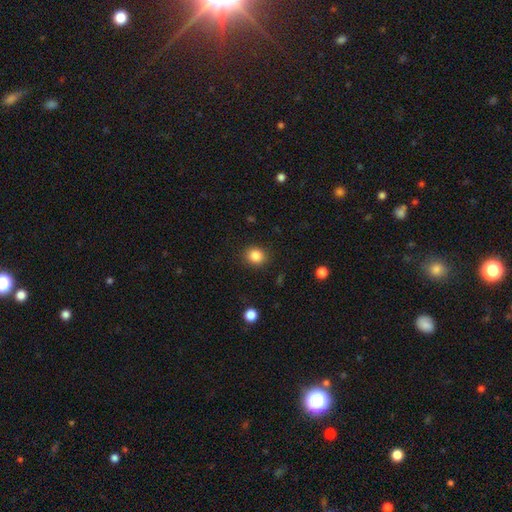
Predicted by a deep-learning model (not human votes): A smooth galaxy with no disk features (85%) that is round (81%).

Vote fractions:
- Smooth or featured? smooth: 85% / star or artifact: 10% / featured or disk: 5%
- How rounded? round: 81% / in between: 18% / cigar-shaped: 1%
- Merging? none: 89% / minor disturbance: 7% / major disturbance: 3% / merger: 1%